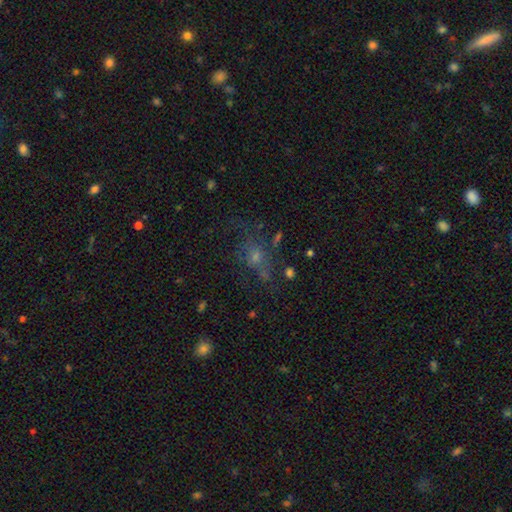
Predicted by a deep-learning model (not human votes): Smooth or featured? Predicted: smooth (p=0.50). How rounded? Predicted: in between (p=0.60). Merging? Predicted: none (p=0.43).